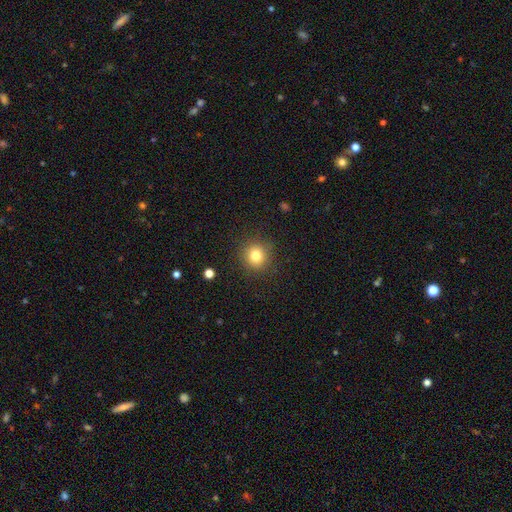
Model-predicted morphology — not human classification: Q: Smooth or featured?
A: smooth (80%); runner-up: star or artifact (13%)
Q: How rounded?
A: round (92%); runner-up: in between (7%)
Q: Merging?
A: none (89%); runner-up: minor disturbance (7%)